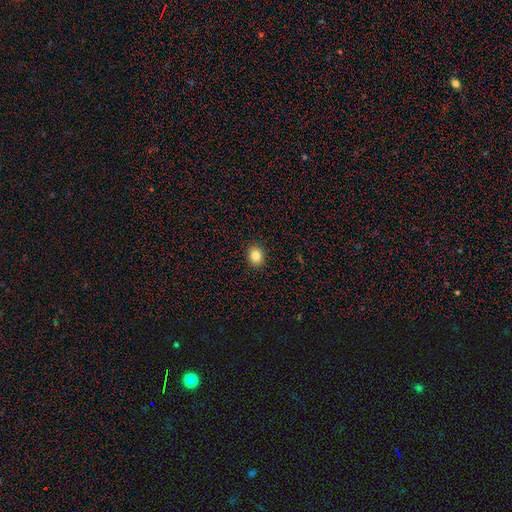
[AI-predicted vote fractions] Smooth or featured? Predicted: smooth (p=0.83). How rounded? Predicted: round (p=0.60). Merging? Predicted: none (p=0.92).